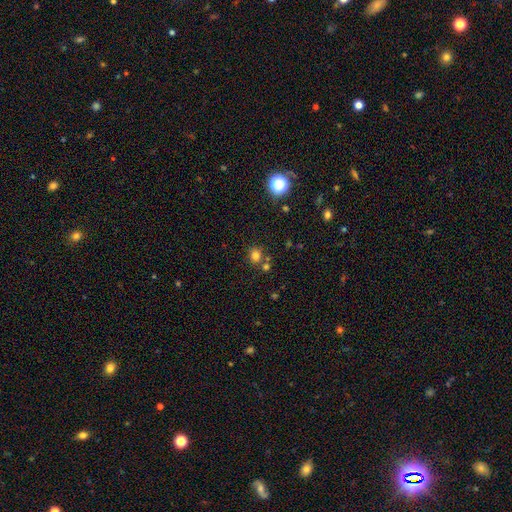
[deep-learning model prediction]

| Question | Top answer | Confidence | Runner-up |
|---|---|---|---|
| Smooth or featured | smooth | 76% | star or artifact (17%) |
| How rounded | round | 75% | in between (24%) |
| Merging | none | 68% | merger (18%) |